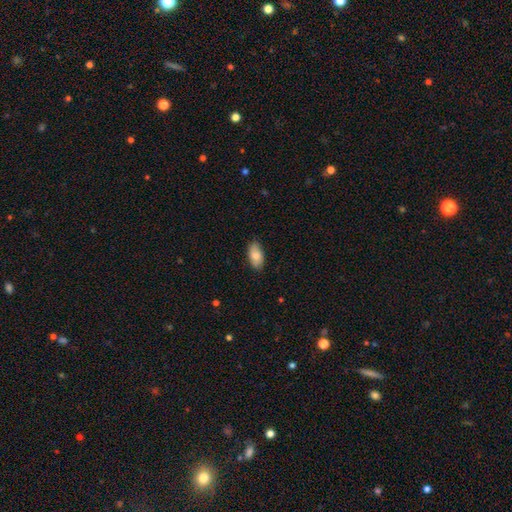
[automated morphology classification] type=smooth (79%); roundness=in between (93%); merging=none (84%).